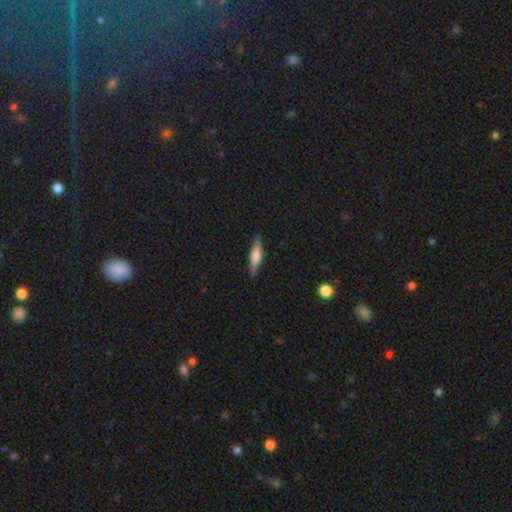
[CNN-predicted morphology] This is likely a smooth galaxy (62%). How rounded: likely cigar-shaped (70%). Merging: clearly none (84%).